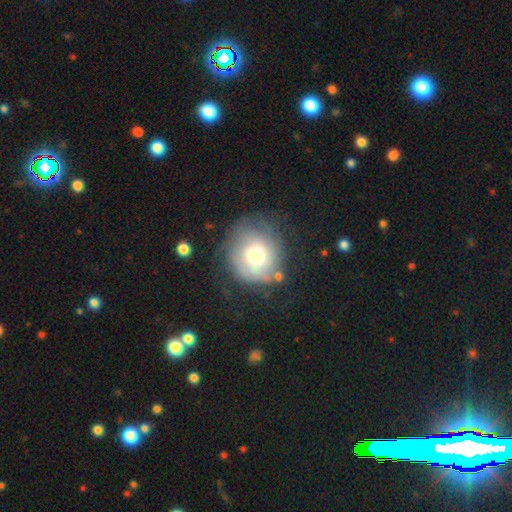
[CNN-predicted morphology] This is possibly a smooth galaxy (59%). How rounded: clearly round (86%). Merging: likely none (60%).